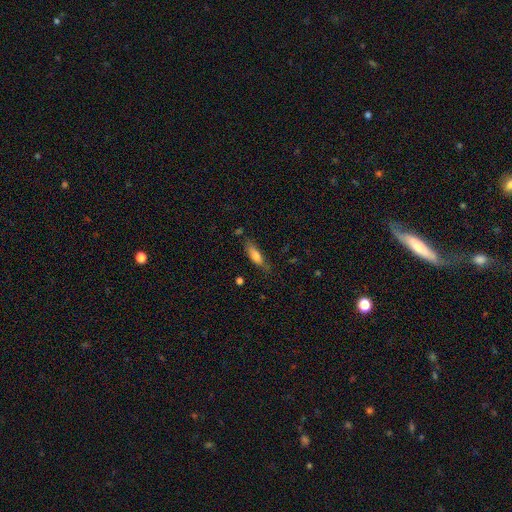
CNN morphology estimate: Smooth or featured? smooth (75%)
How rounded? in between (56%)
Merging? none (65%)